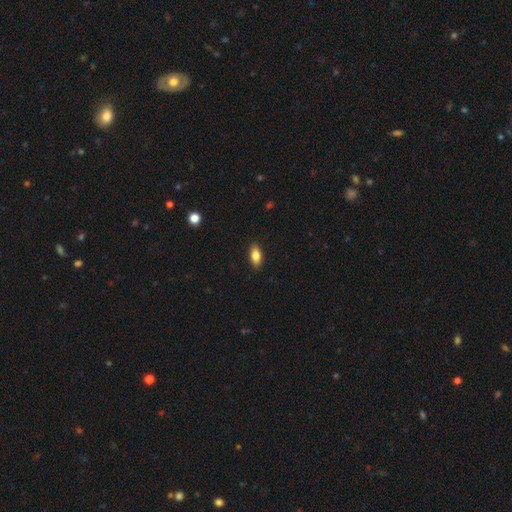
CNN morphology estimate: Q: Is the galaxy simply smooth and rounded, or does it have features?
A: smooth — 82%.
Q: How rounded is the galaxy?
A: in between — 86%.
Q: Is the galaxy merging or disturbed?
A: none — 89%.